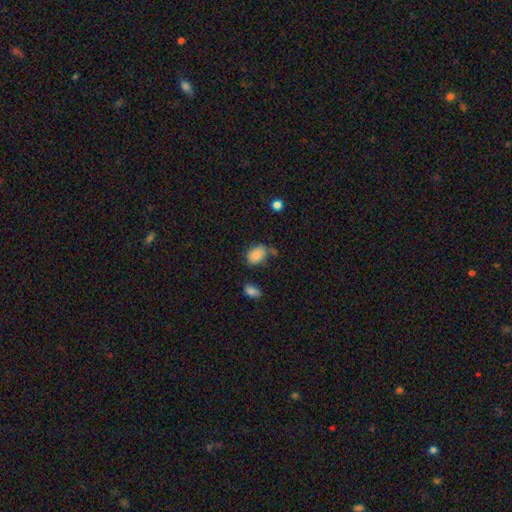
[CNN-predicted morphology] The model was most divided on "merging": none: 56%, minor disturbance: 26%, merger: 10%, major disturbance: 9%. More confident: smooth or featured — smooth (84%); how rounded — in between (79%).